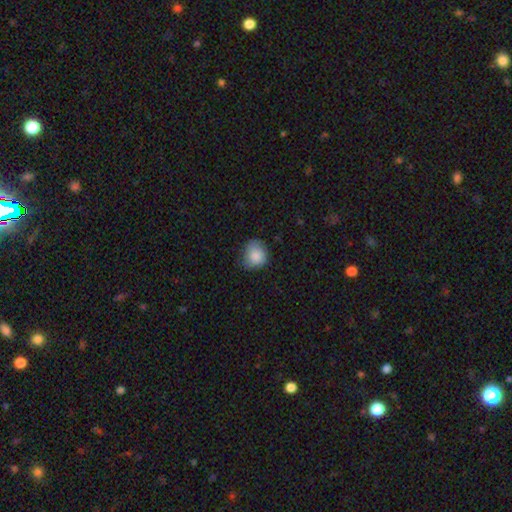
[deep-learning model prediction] Morphology: type=smooth (86%); roundness=round (71%); merging=none (63%).